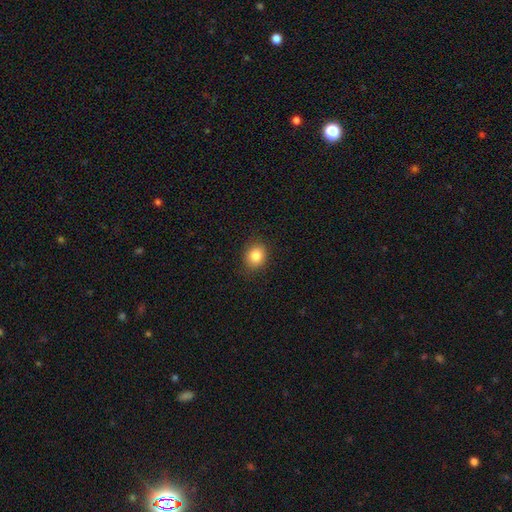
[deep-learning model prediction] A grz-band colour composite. It shows a smooth galaxy with no disk features (84%) that is round (68%). Merging: none (88%).